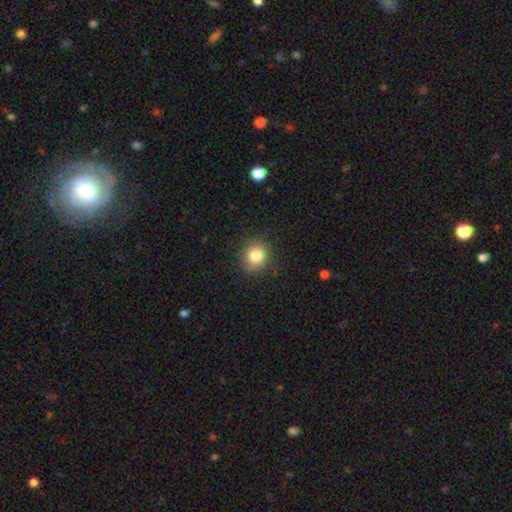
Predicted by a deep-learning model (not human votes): smooth-or-featured: smooth: 82% | star or artifact: 11% | featured or disk: 7%
  how-rounded: round: 86% | in between: 13% | cigar-shaped: 1%
  merging: none: 87% | minor disturbance: 9% | major disturbance: 3% | merger: 1%